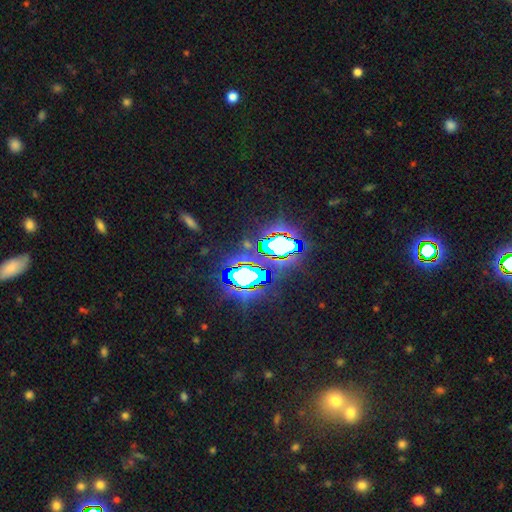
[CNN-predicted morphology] Smooth or featured: star or artifact — 82% (smooth — 11%)